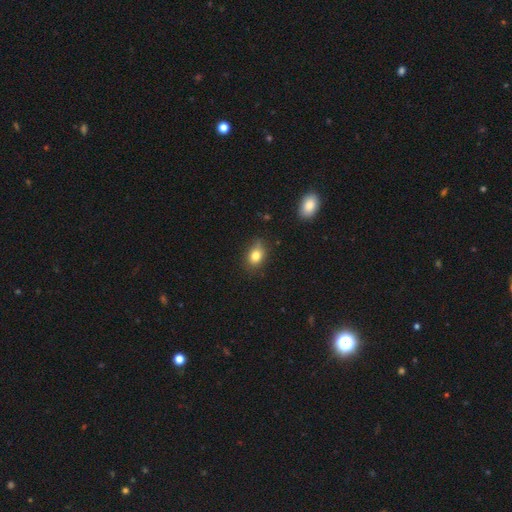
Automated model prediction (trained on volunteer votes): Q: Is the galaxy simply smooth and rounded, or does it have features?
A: smooth — 81%.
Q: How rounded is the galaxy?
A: in between — 69%.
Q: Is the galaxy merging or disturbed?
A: none — 71%.